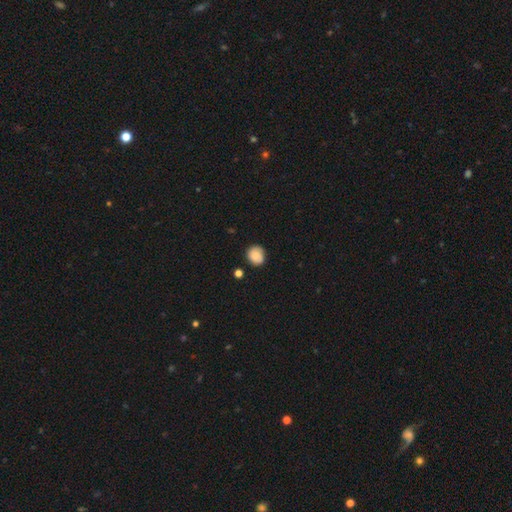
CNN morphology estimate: type=smooth (82%); roundness=round (79%); merging=none (76%).